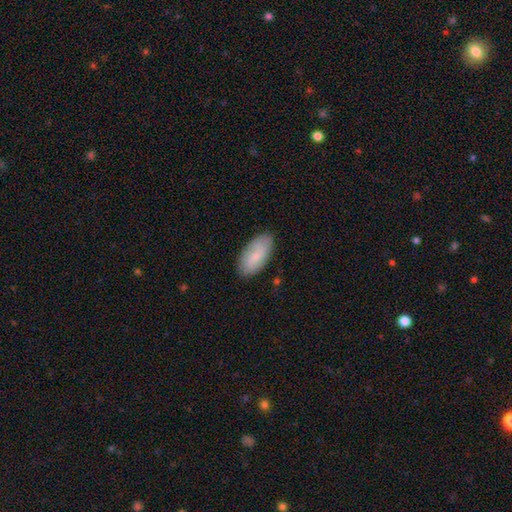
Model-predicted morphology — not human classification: A smooth galaxy with no disk features (74%) that is in between round and cigar-shaped (93%). Merging: none (84%).